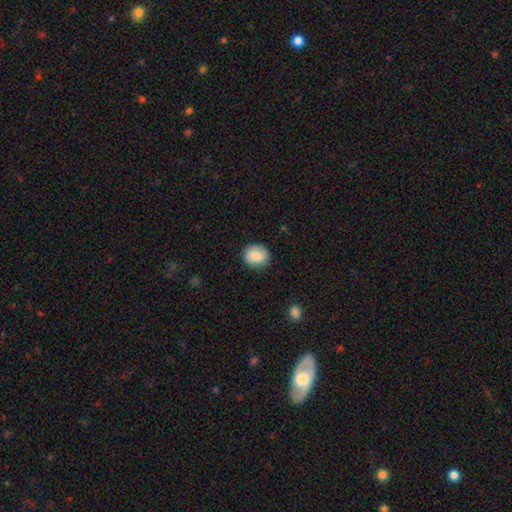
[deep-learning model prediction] Smooth or featured? smooth (84%)
How rounded? round (77%)
Merging? none (86%)